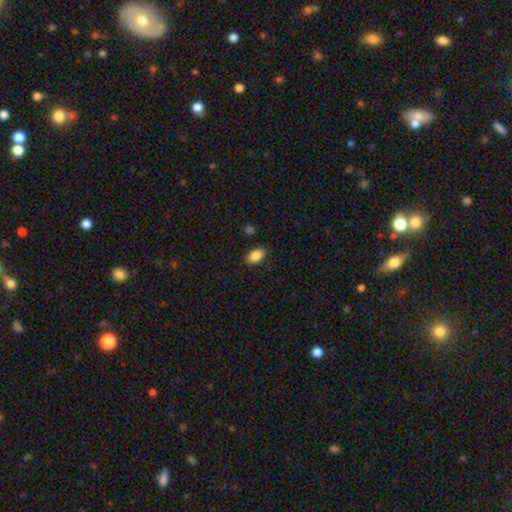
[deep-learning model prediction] Overall: smooth (87%). How rounded: in between (91%). Merging: none (86%).